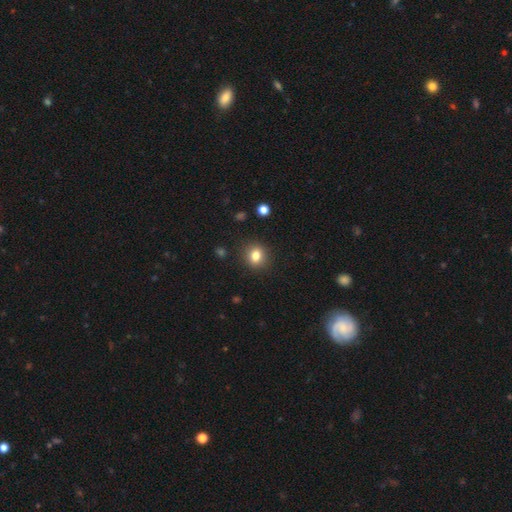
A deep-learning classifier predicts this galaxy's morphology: Smooth or featured? smooth (81%)
How rounded? round (73%)
Merging? none (89%)